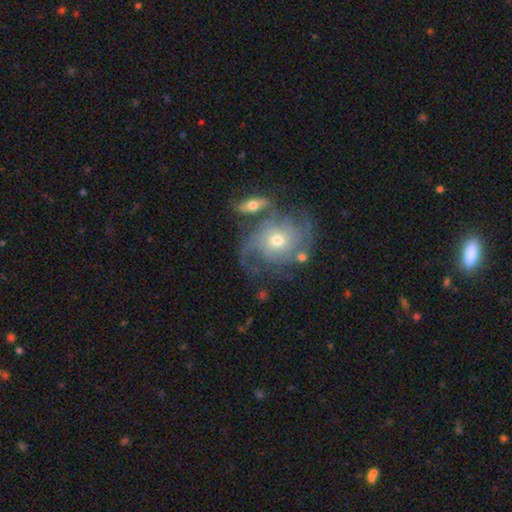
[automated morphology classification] Smooth or featured: featured or disk — 81% (smooth — 10%)
Edge-on disk: no — 97% (yes — 3%)
Bar: no — 75% (weak — 20%)
Spiral arms: yes — 94% (no — 6%)
Spiral winding: tight — 50% (medium — 38%)
Spiral arm count: 2 — 30% (3 — 26%)
Bulge size: moderate — 56% (small — 39%)
Merging: none — 56% (merger — 20%)